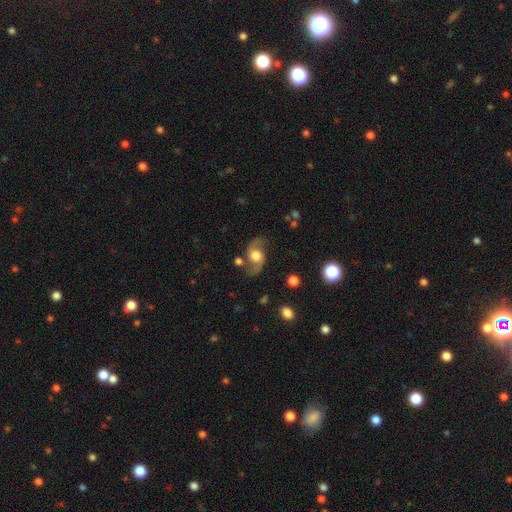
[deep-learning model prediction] Morphology: type=featured or disk (82%); edge-on=no (97%); bar=no (67%); spiral arms=yes (95%); winding=loose (64%); arm count=2 (94%); bulge=large (43%); merging=none (74%).